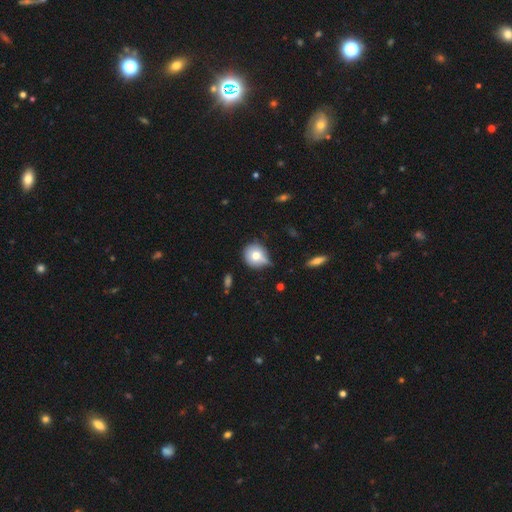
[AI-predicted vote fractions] smooth_or_featured: smooth (p=0.71) [alt: featured or disk p=0.19]
how_rounded: round (p=0.86) [alt: in between p=0.13]
merging: none (p=0.50) [alt: minor disturbance p=0.34]